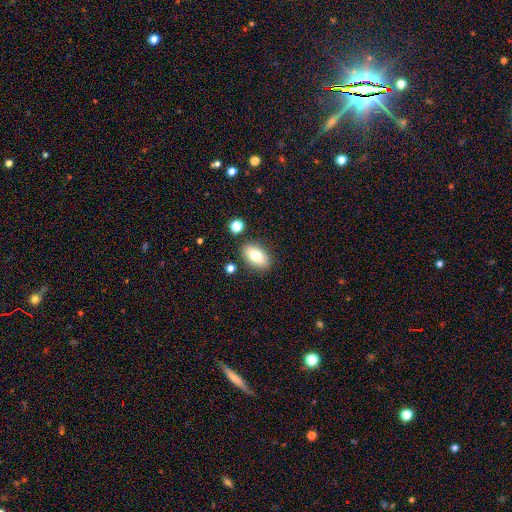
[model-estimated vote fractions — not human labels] A smooth galaxy with no disk features (74%) that is in between round and cigar-shaped (89%).

Vote fractions:
- Smooth or featured? smooth: 74% / featured or disk: 18% / star or artifact: 8%
- How rounded? in between: 89% / round: 7% / cigar-shaped: 3%
- Merging? none: 83% / minor disturbance: 10% / merger: 4% / major disturbance: 3%